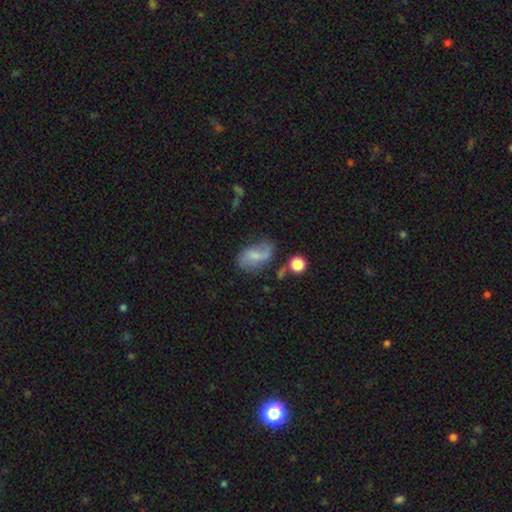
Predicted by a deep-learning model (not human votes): smooth-or-featured: smooth: 48% | featured or disk: 41% | star or artifact: 11%
  merging: none: 44% | minor disturbance: 29% | major disturbance: 19% | merger: 8%